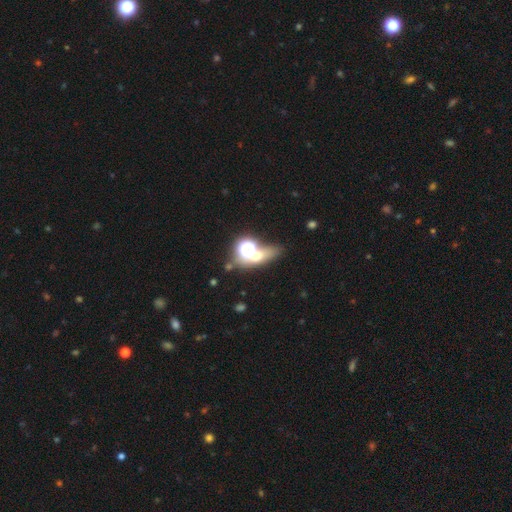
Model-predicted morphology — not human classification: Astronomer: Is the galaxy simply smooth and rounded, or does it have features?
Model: smooth — 46% (runner-up: star or artifact, 38%).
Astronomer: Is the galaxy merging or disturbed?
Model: none — 56%.